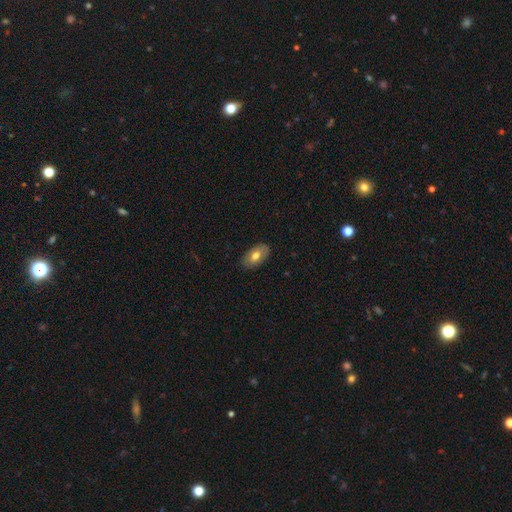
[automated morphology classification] The model was most divided on "smooth or featured": smooth: 68%, featured or disk: 26%, star or artifact: 7%. More confident: how rounded — in between (93%); merging — none (84%).